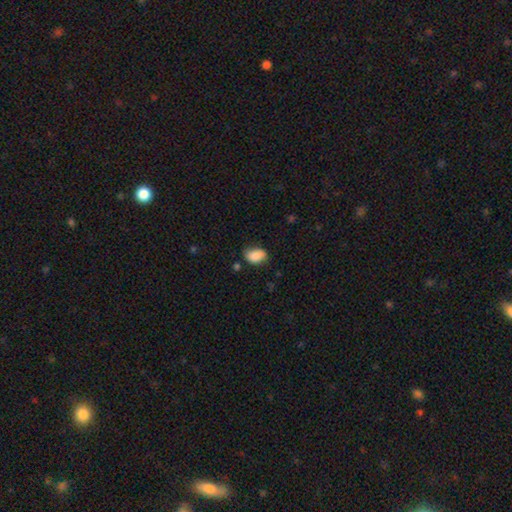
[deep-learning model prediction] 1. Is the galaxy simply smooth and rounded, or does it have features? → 86% smooth, 8% star or artifact, 6% featured or disk.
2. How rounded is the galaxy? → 86% in between, 13% round, 1% cigar-shaped.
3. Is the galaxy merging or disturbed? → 69% none, 24% minor disturbance, 5% major disturbance, 2% merger.